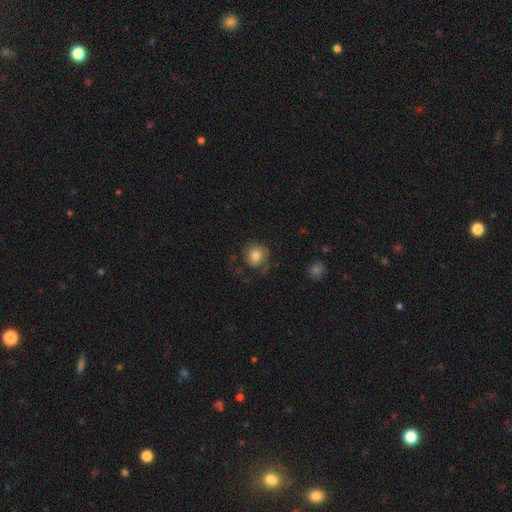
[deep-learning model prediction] smooth_or_featured: smooth (p=0.67) [alt: featured or disk p=0.25]
how_rounded: round (p=0.85) [alt: in between p=0.15]
merging: none (p=0.56) [alt: major disturbance p=0.21]